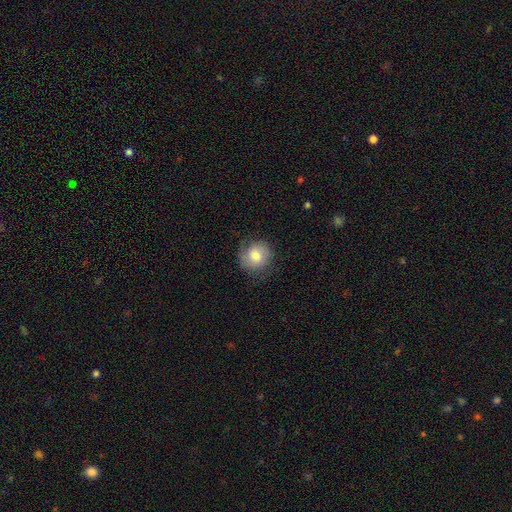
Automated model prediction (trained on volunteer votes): Q: Smooth or featured?
A: smooth (70%); runner-up: featured or disk (22%)
Q: How rounded?
A: round (85%); runner-up: in between (14%)
Q: Merging?
A: none (74%); runner-up: minor disturbance (19%)